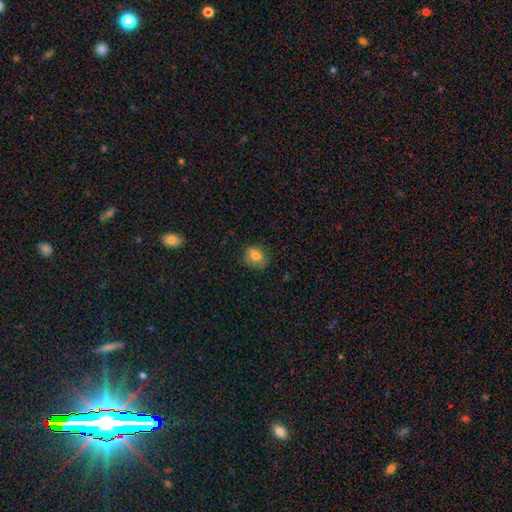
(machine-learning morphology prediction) Q: Smooth or featured?
A: smooth (74%); runner-up: featured or disk (16%)
Q: How rounded?
A: round (61%); runner-up: in between (38%)
Q: Merging?
A: none (73%); runner-up: minor disturbance (19%)